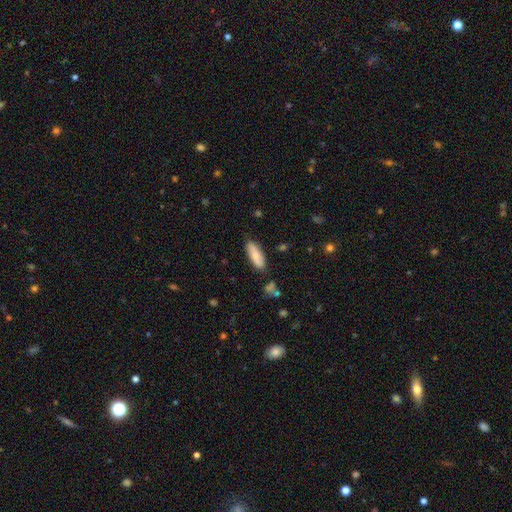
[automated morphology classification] This appears to be a smooth galaxy with no disk features (74%) that is in between round and cigar-shaped (63%). Merging: none (80%).